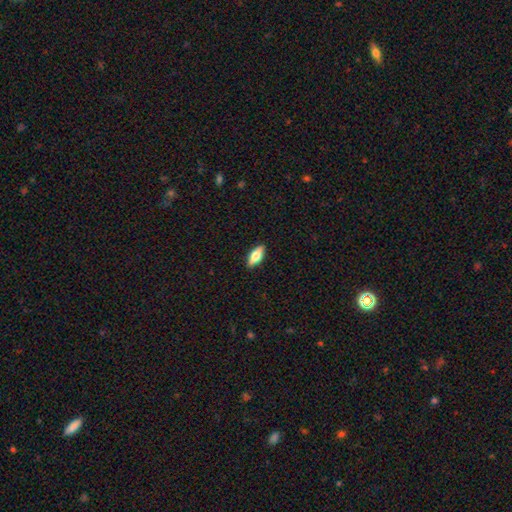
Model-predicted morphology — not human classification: Smooth or featured? Predicted: smooth (p=0.64). How rounded? Predicted: in between (p=0.71). Merging? Predicted: none (p=0.89).